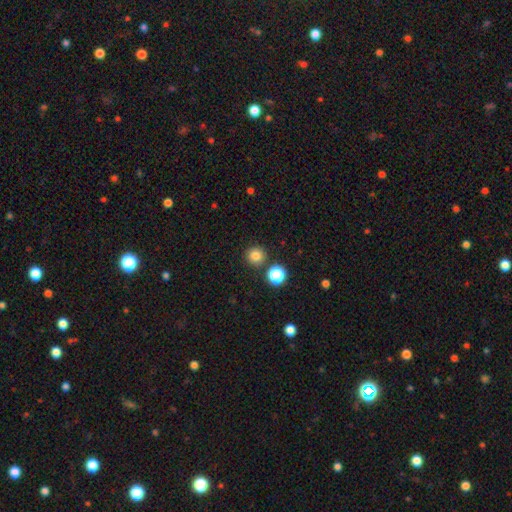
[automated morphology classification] A smooth galaxy with no disk features (81%) that is round (94%). Merging: none (88%).